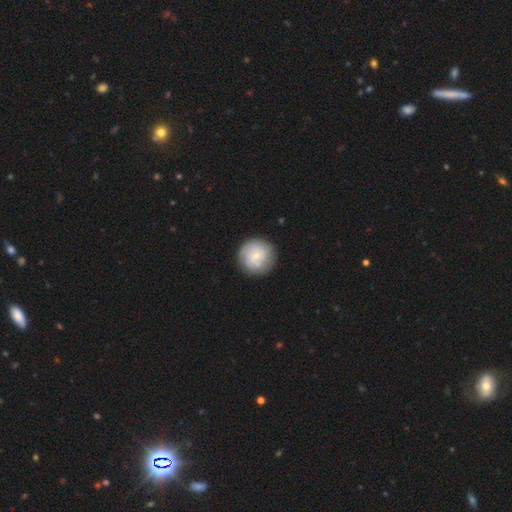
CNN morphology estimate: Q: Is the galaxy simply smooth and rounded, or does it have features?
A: featured or disk — 50%.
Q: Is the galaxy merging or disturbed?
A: none — 84%.